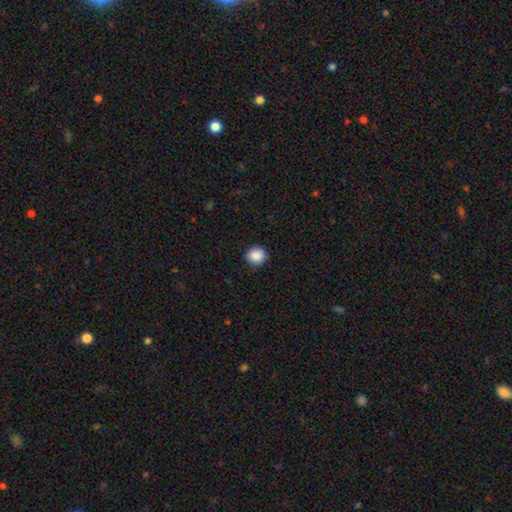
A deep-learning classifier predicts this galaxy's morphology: The model was most divided on "how rounded": round: 88%, in between: 11%, cigar-shaped: 1%. More confident: merging — none (89%); smooth or featured — smooth (88%).